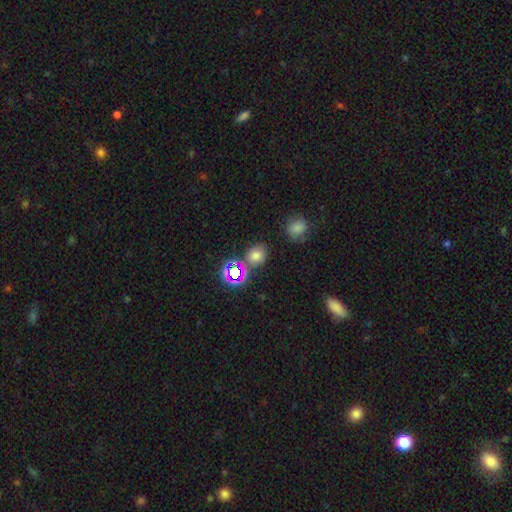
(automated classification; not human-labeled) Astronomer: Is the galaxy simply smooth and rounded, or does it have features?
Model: smooth — 66%.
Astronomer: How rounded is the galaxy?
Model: round — 64%.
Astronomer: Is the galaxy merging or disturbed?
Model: none — 71%.